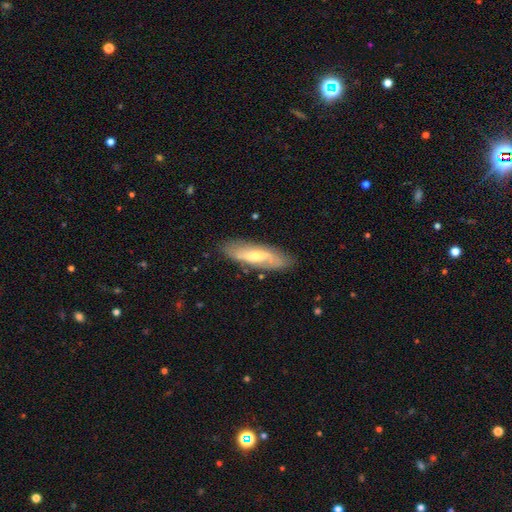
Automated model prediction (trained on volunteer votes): This appears to be a featured or disk galaxy (61%). Merging: none (81%).